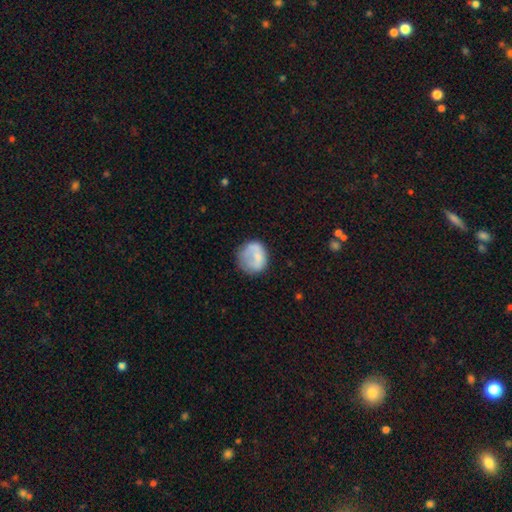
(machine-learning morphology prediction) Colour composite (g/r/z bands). It shows a smooth galaxy with no disk features (69%) that is round (76%). Merging: none (53%).